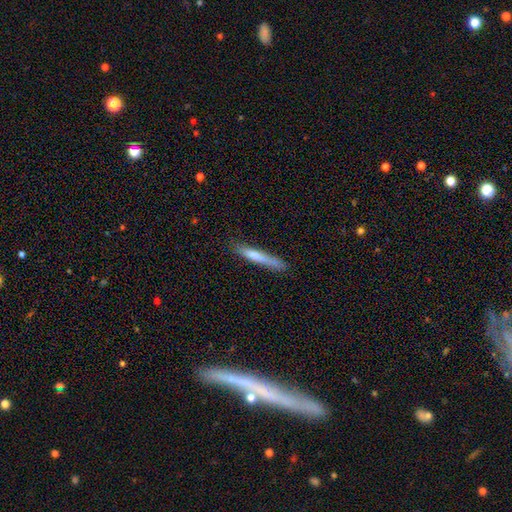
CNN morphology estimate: A smooth galaxy with no disk features (70%) that is cigar-shaped (94%).

Vote fractions:
- Smooth or featured? smooth: 70% / featured or disk: 24% / star or artifact: 6%
- How rounded? cigar-shaped: 94% / in between: 5% / round: 1%
- Merging? none: 75% / minor disturbance: 19% / major disturbance: 4% / merger: 2%